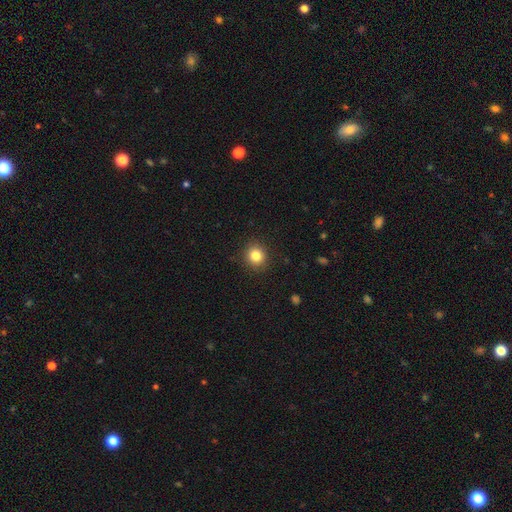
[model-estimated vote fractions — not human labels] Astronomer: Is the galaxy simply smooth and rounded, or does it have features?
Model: smooth — 83%.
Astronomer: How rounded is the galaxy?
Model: round — 87%.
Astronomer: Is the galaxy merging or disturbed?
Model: none — 91%.